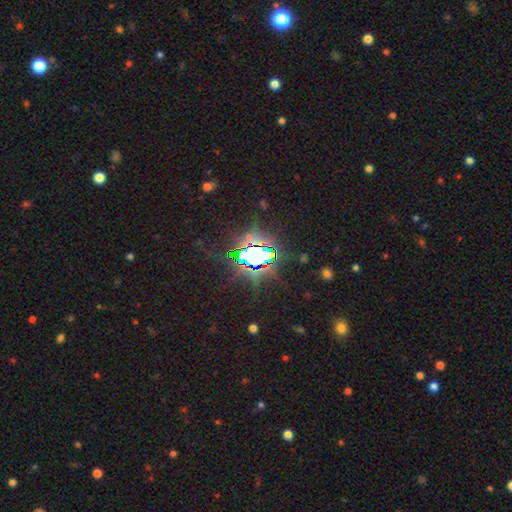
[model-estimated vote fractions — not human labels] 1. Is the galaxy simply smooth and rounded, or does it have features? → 79% star or artifact, 12% smooth, 10% featured or disk.